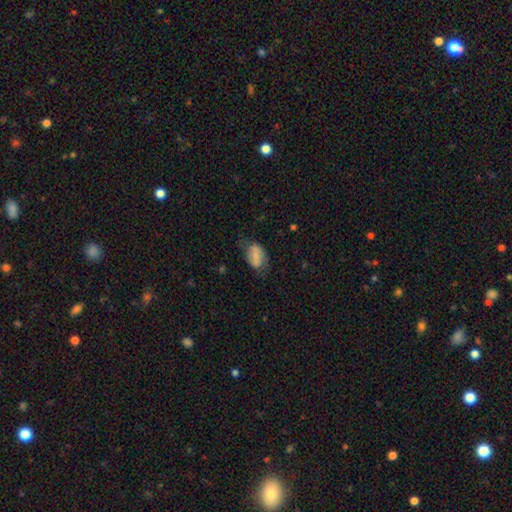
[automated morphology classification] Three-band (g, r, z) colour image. It shows a smooth galaxy with no disk features (69%) that is in between round and cigar-shaped (85%). Merging: none (55%).